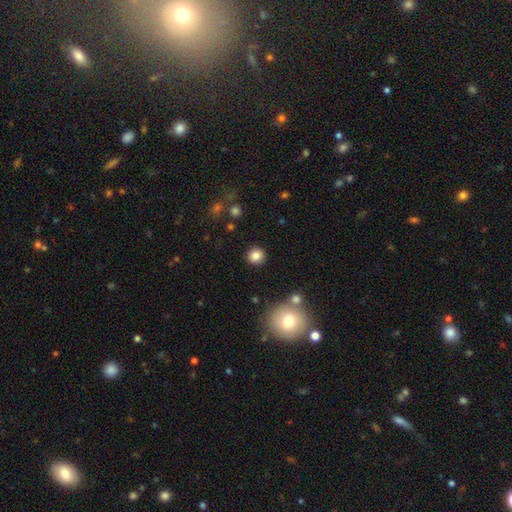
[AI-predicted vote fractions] Overall: smooth (84%). How rounded: round (90%). Merging: none (90%).